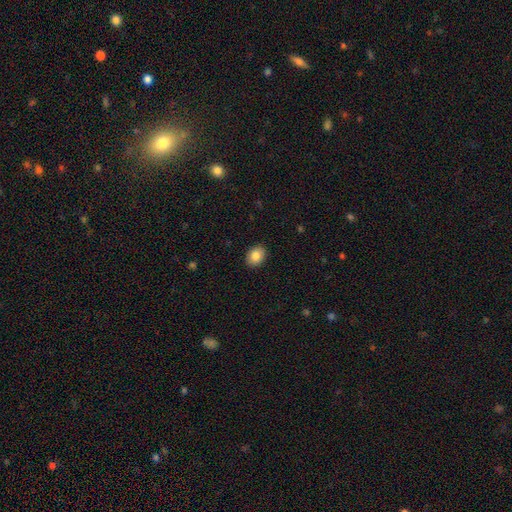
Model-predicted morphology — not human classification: This is clearly a smooth galaxy (85%). How rounded: likely in between (67%). Merging: clearly none (90%).